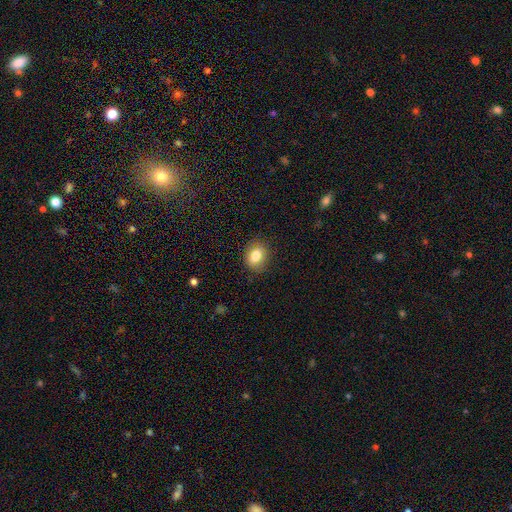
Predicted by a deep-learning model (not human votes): This is clearly a smooth galaxy (81%). How rounded: possibly in between (60%). Merging: clearly none (85%).